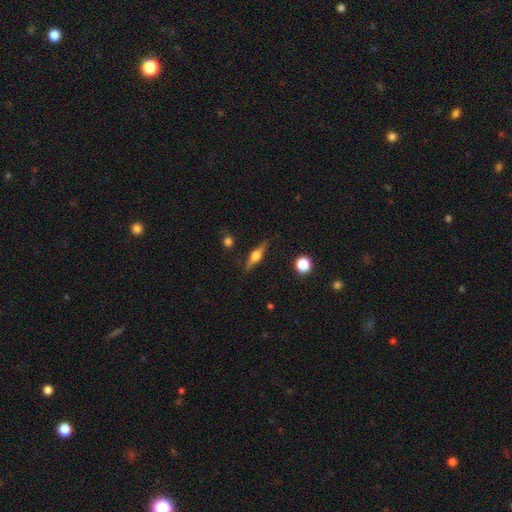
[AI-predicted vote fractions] This appears to be a featured or disk galaxy (59%) viewed edge-on (95%) with a rounded central bulge (91%). Merging: none (85%).